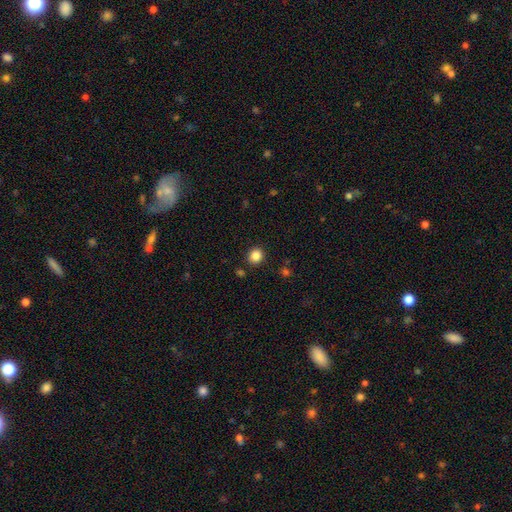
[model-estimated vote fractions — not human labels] Smooth or featured? smooth (86%)
How rounded? round (81%)
Merging? none (88%)